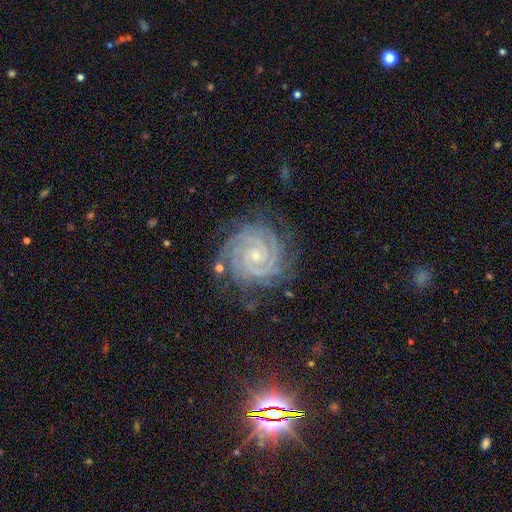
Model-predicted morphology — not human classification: Smooth or featured?
  - featured or disk: 91% *
  - star or artifact: 6%
  - smooth: 3%
Edge-on disk?
  - no: 98% *
  - yes: 2%
Bar?
  - no: 66% *
  - weak: 22%
  - strong: 12%
Spiral arms?
  - yes: 99% *
  - no: 1%
Spiral winding?
  - tight: 87% *
  - medium: 11%
  - loose: 1%
Spiral arm count?
  - 3: 25% * (tied)
  - 2: 25% * (tied)
  - 4: 22%
  - can't tell: 12%
  - more than 4: 9%
  - 1: 7%
Bulge size?
  - small: 81% *
  - moderate: 15%
  - none: 2%
  - large: 1%
  - dominant: 1%
Merging?
  - none: 80% *
  - minor disturbance: 14%
  - major disturbance: 4%
  - merger: 2%